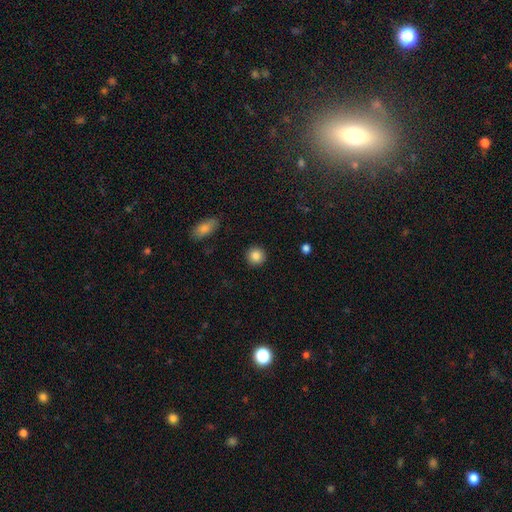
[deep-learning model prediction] Smooth or featured?
  - smooth: 86% *
  - star or artifact: 9%
  - featured or disk: 5%
How rounded?
  - round: 93% *
  - in between: 6%
  - cigar-shaped: 1%
Merging?
  - none: 92% *
  - minor disturbance: 5%
  - major disturbance: 2%
  - merger: 1%